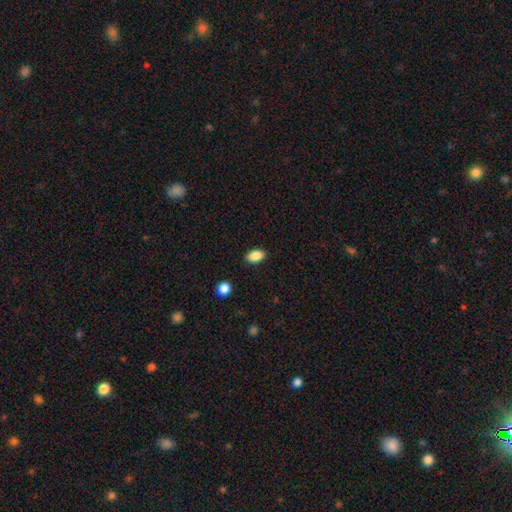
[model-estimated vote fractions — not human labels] smooth-or-featured: smooth: 88% | star or artifact: 8% | featured or disk: 4%
  how-rounded: in between: 90% | round: 9% | cigar-shaped: 2%
  merging: none: 88% | minor disturbance: 8% | major disturbance: 2% | merger: 1%